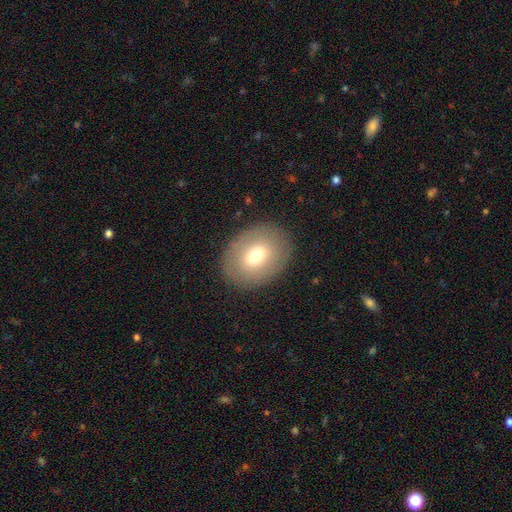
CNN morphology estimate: smooth 67%, featured or disk 25%, star or artifact 9%. Down the decision tree: how rounded — in between (59%); merging — none (86%).